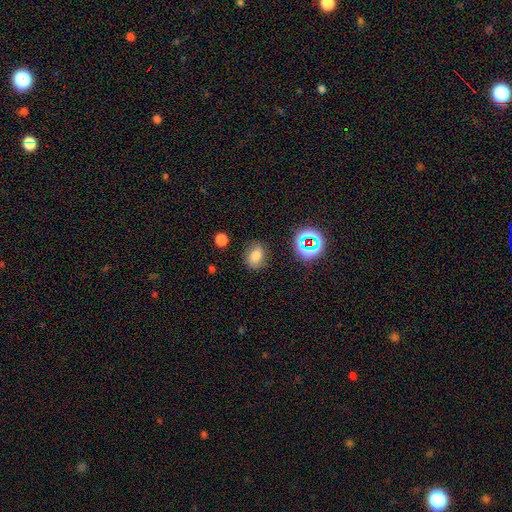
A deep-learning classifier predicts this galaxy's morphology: A smooth galaxy with no disk features (71%) that is in between round and cigar-shaped (62%). Merging: none (78%).